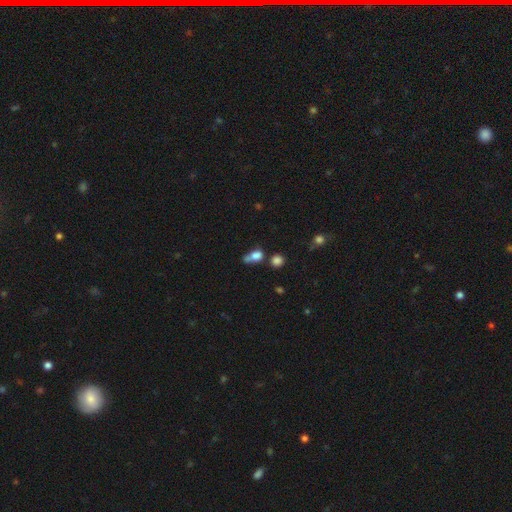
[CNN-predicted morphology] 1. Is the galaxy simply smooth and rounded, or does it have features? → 73% smooth, 14% featured or disk, 13% star or artifact.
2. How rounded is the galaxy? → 55% in between, 40% round, 6% cigar-shaped.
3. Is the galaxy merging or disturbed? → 36% merger, 30% none, 19% minor disturbance, 15% major disturbance.